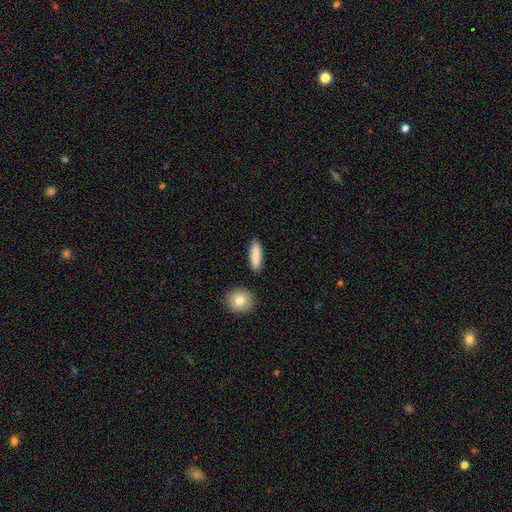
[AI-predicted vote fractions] Smooth or featured?
  - smooth: 85% *
  - featured or disk: 9%
  - star or artifact: 6%
How rounded?
  - in between: 50% *
  - cigar-shaped: 47%
  - round: 3%
Merging?
  - none: 86% *
  - minor disturbance: 8%
  - merger: 3%
  - major disturbance: 2%